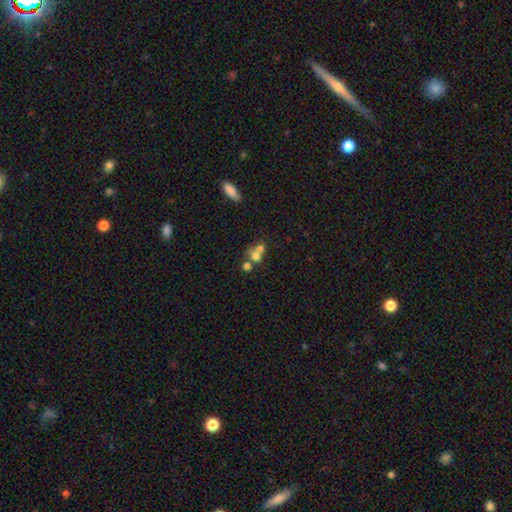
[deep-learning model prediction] Q: Smooth or featured?
A: smooth (66%); runner-up: featured or disk (20%)
Q: How rounded?
A: round (71%); runner-up: in between (27%)
Q: Merging?
A: merger (57%); runner-up: none (31%)